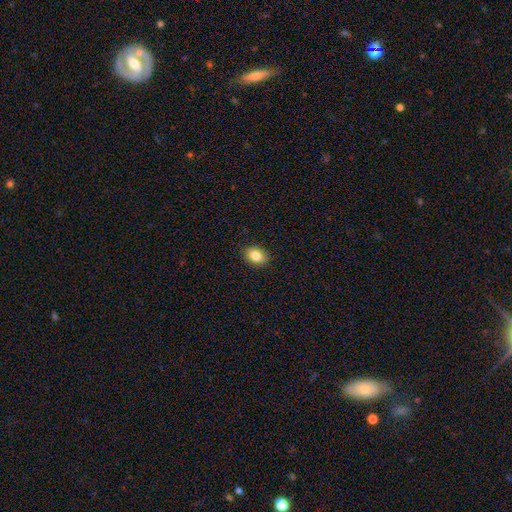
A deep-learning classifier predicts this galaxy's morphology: A smooth galaxy with no disk features (85%) that is in between round and cigar-shaped (75%). Merging: none (89%).